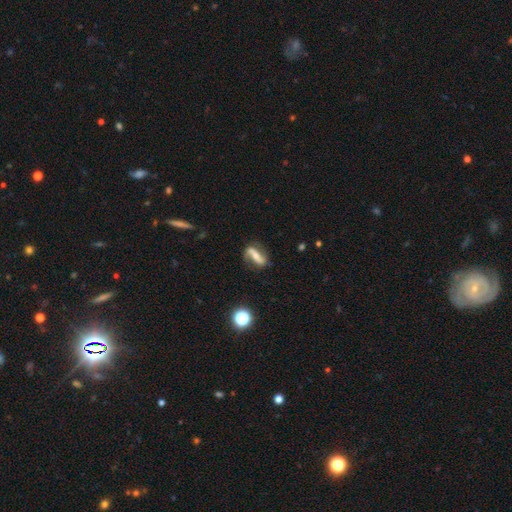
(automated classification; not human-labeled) Smooth or featured? Predicted: featured or disk (p=0.67). Edge-on disk? Predicted: no (p=0.86). Bar? Predicted: strong (p=0.54). Spiral arms? Predicted: yes (p=0.86). Bulge size? Predicted: small (p=0.47). Merging? Predicted: none (p=0.68).